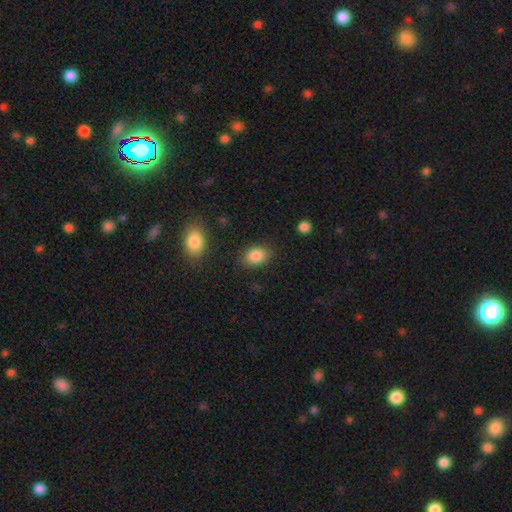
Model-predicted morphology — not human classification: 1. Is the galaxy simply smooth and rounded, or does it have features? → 86% smooth, 8% star or artifact, 5% featured or disk.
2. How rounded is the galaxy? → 77% in between, 22% round, 1% cigar-shaped.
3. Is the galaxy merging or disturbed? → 83% none, 11% minor disturbance, 3% major disturbance, 2% merger.